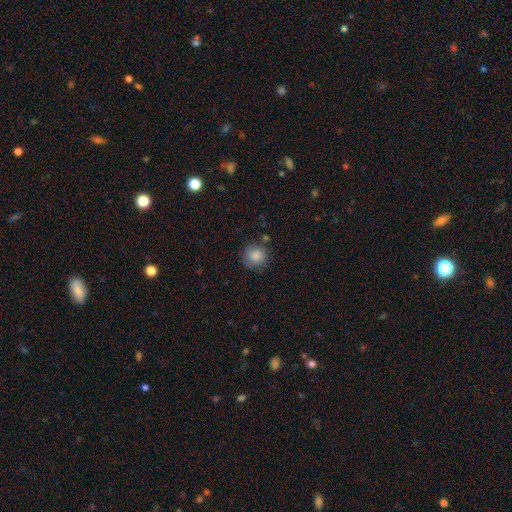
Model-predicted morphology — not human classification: smooth 86%, star or artifact 9%, featured or disk 5%. Down the decision tree: how rounded — round (91%); merging — none (80%).